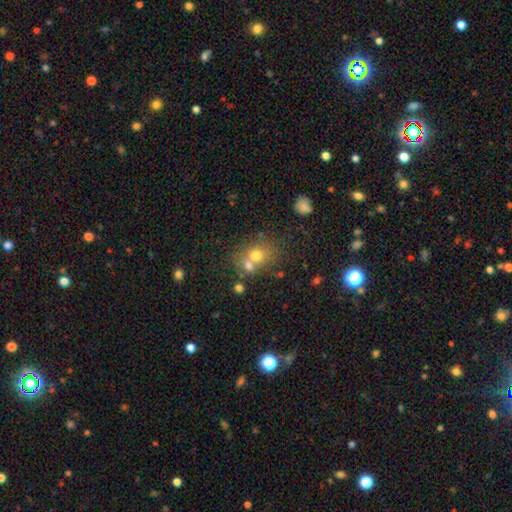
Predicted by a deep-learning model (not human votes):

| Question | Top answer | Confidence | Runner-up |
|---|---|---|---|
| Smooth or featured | smooth | 67% | featured or disk (17%) |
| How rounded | round | 65% | in between (34%) |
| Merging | merger | 46% | none (40%) |